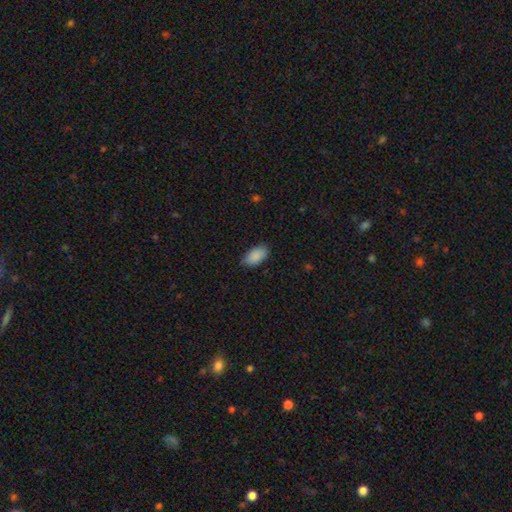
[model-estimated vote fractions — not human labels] Smooth or featured? Predicted: smooth (p=0.90). How rounded? Predicted: in between (p=0.95). Merging? Predicted: none (p=0.83).